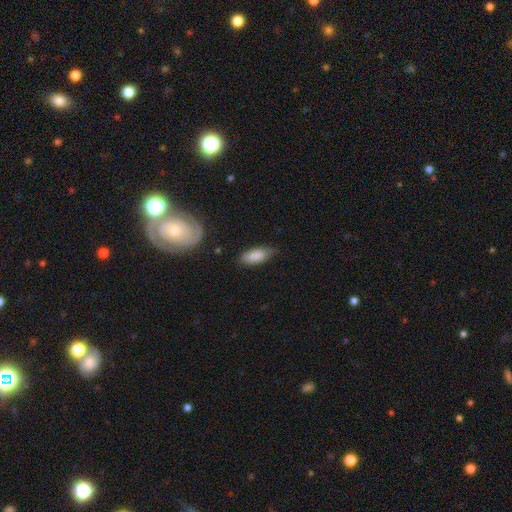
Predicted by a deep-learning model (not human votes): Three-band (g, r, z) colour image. It shows a smooth galaxy with no disk features (83%) that is in between round and cigar-shaped (84%). Merging: none (68%).